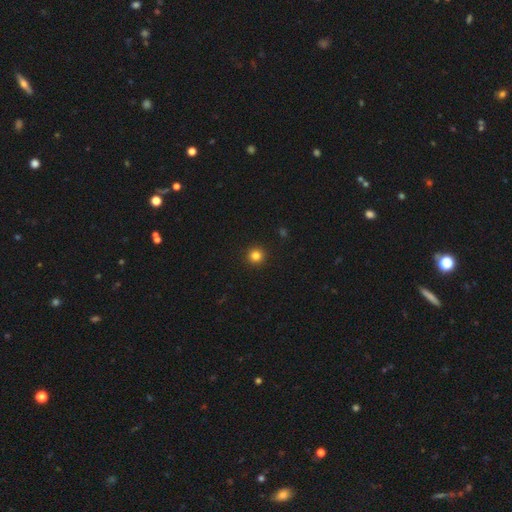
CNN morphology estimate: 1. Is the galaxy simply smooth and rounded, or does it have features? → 83% smooth, 13% star or artifact, 4% featured or disk.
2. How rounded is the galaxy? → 96% round, 3% in between, 1% cigar-shaped.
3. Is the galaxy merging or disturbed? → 94% none, 4% minor disturbance, 1% major disturbance, 1% merger.